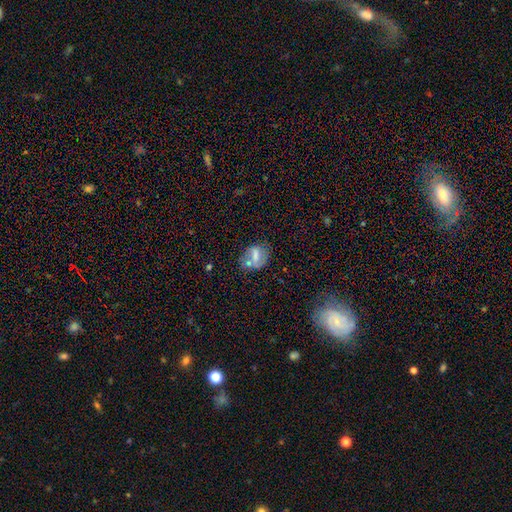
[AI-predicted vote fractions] Smooth or featured: smooth — 47% (featured or disk — 41%)
Merging: none — 52% (minor disturbance — 22%)